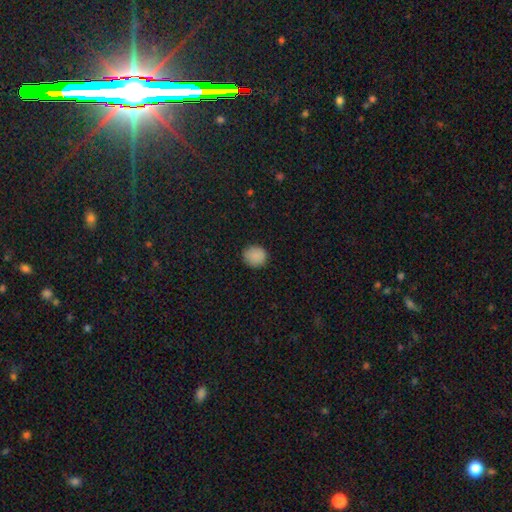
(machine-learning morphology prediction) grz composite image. It shows a smooth galaxy with no disk features (88%) that is round (89%). Merging: none (89%).